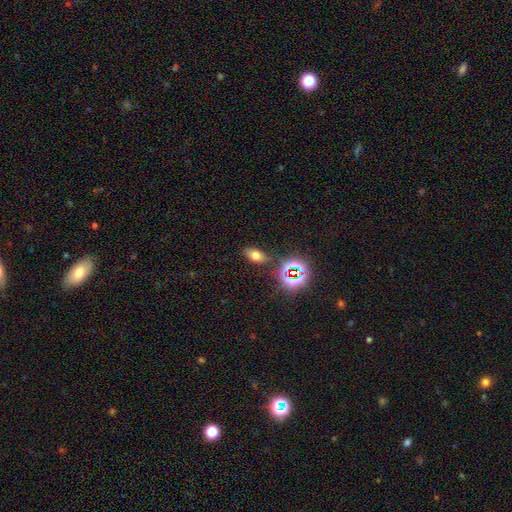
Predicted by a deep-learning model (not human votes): smooth-or-featured: smooth: 63% | star or artifact: 25% | featured or disk: 13%
  how-rounded: in between: 84% | round: 11% | cigar-shaped: 5%
  merging: none: 80% | minor disturbance: 12% | merger: 4% | major disturbance: 4%